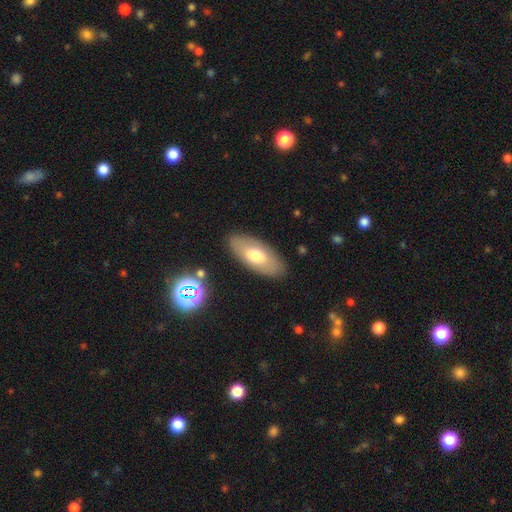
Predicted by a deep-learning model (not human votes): This is likely a smooth galaxy (64%). How rounded: clearly in between (88%). Merging: clearly none (86%).